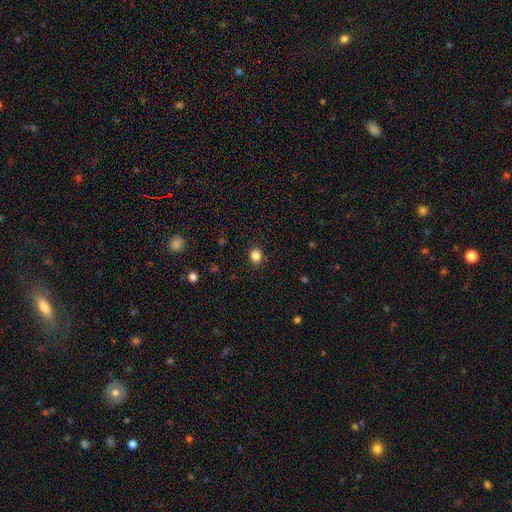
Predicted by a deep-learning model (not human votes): A smooth galaxy with no disk features (84%) that is round (69%).

Vote fractions:
- Smooth or featured? smooth: 84% / star or artifact: 12% / featured or disk: 4%
- How rounded? round: 69% / in between: 30% / cigar-shaped: 1%
- Merging? none: 89% / minor disturbance: 7% / major disturbance: 2% / merger: 1%